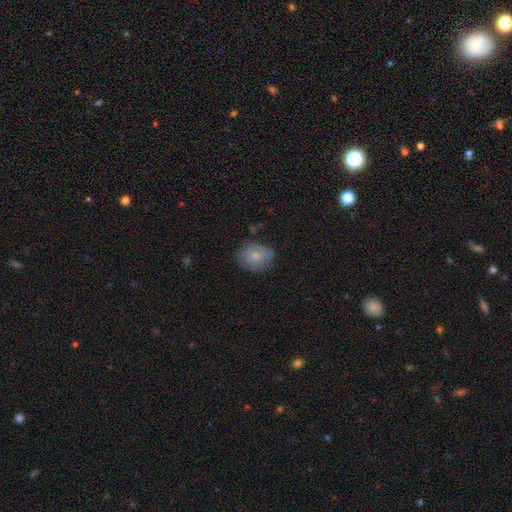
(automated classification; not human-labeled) This appears to be a smooth galaxy with no disk features (70%) that is round (56%). Merging: none (67%).